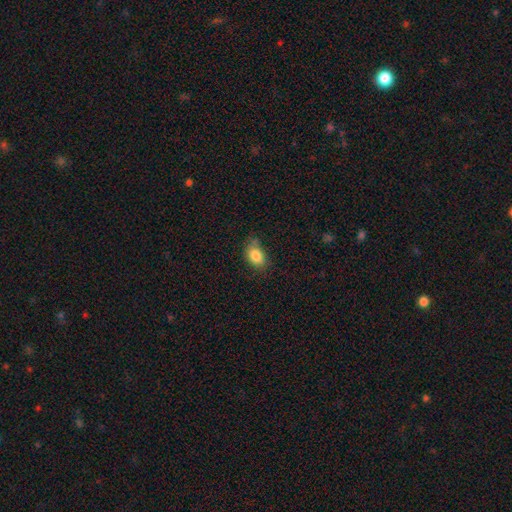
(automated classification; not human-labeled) Q: Smooth or featured?
A: smooth (85%); runner-up: star or artifact (8%)
Q: How rounded?
A: in between (85%); runner-up: round (13%)
Q: Merging?
A: none (67%); runner-up: minor disturbance (25%)